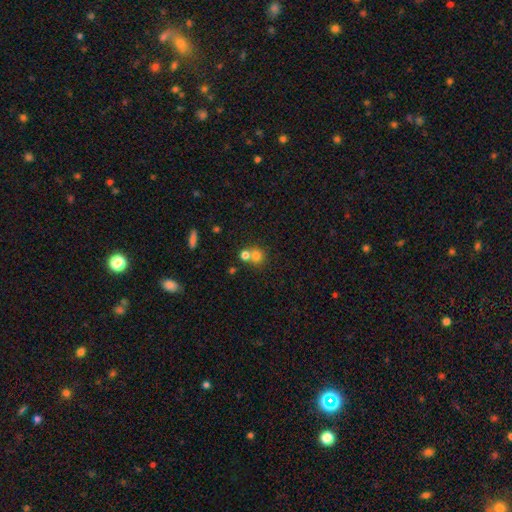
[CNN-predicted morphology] Overall: smooth (75%). How rounded: round (86%). Merging: none (46%; merger 45%).